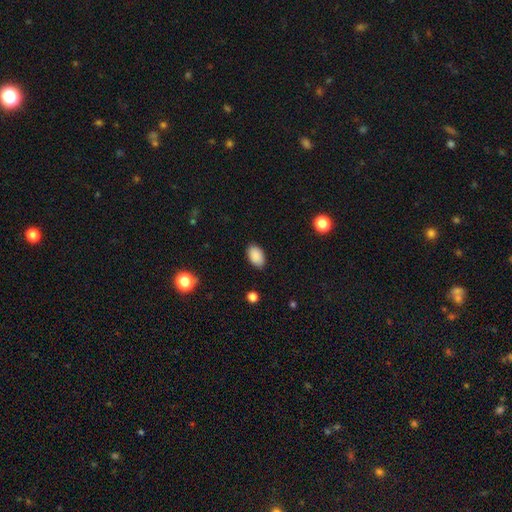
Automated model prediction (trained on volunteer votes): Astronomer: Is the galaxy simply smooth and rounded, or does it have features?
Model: smooth — 89%.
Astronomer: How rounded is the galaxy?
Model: in between — 92%.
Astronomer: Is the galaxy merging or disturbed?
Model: none — 85%.